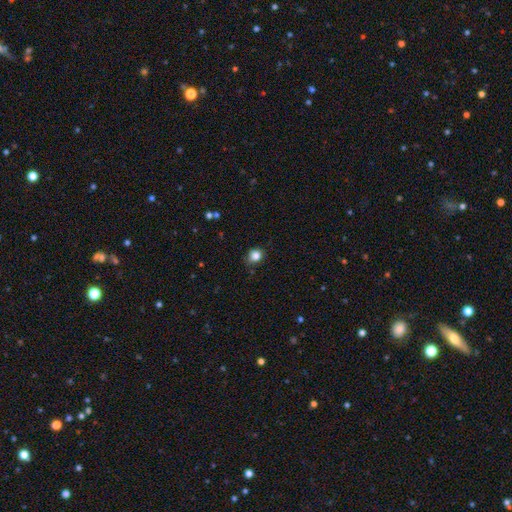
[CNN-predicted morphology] Smooth or featured?
  - smooth: 83% *
  - star or artifact: 11%
  - featured or disk: 6%
How rounded?
  - round: 73% *
  - in between: 26%
  - cigar-shaped: 1%
Merging?
  - none: 74% *
  - minor disturbance: 20%
  - major disturbance: 4%
  - merger: 2%